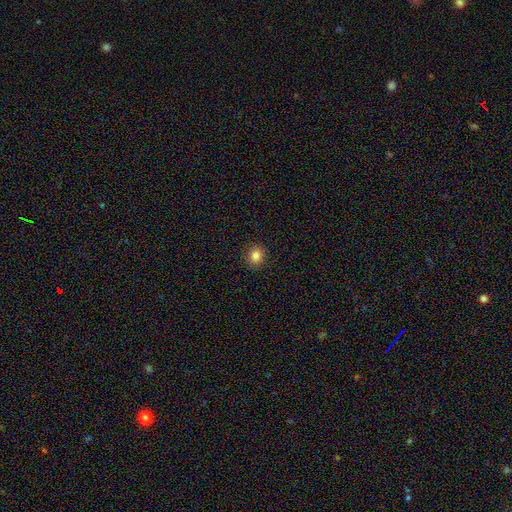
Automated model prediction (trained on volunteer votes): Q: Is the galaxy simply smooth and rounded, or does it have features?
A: smooth — 84%.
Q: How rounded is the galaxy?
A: round — 85%.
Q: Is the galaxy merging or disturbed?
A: none — 91%.